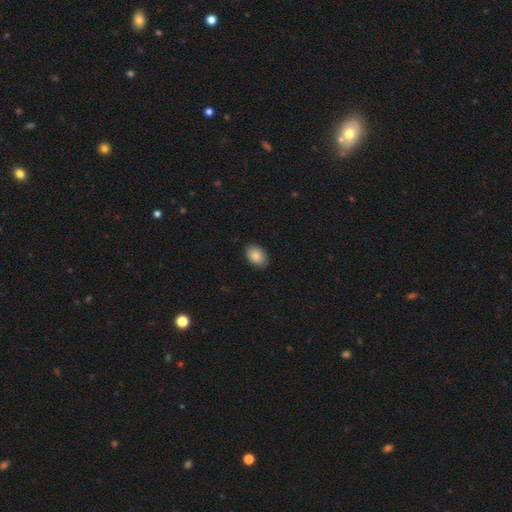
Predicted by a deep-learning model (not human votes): This appears to be a smooth galaxy with no disk features (88%) that is in between round and cigar-shaped (84%). Merging: none (87%).